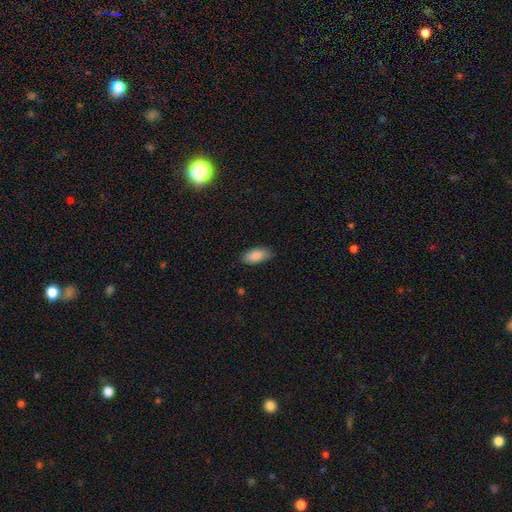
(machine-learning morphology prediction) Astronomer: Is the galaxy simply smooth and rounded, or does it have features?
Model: smooth — 87%.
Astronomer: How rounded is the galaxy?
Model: in between — 90%.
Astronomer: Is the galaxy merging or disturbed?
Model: none — 82%.